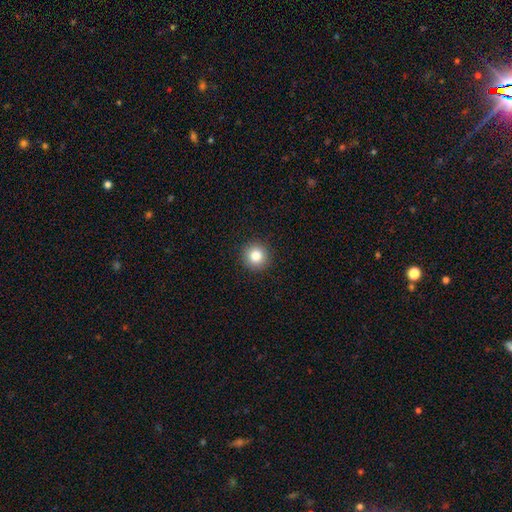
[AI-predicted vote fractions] Q: Smooth or featured?
A: smooth (83%); runner-up: star or artifact (11%)
Q: How rounded?
A: round (95%); runner-up: in between (4%)
Q: Merging?
A: none (93%); runner-up: minor disturbance (5%)